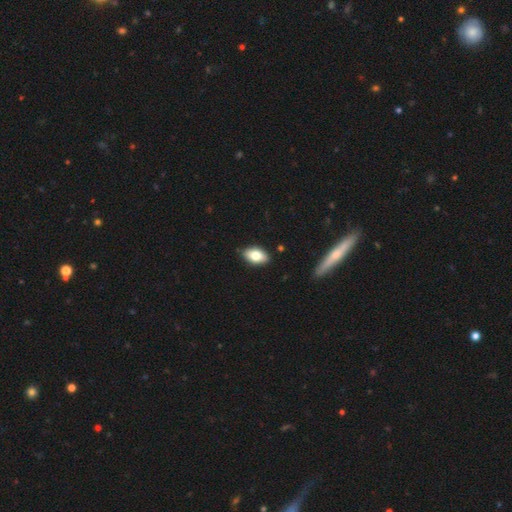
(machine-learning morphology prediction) This appears to be a smooth galaxy with no disk features (77%) that is in between round and cigar-shaped (91%). Merging: none (87%).